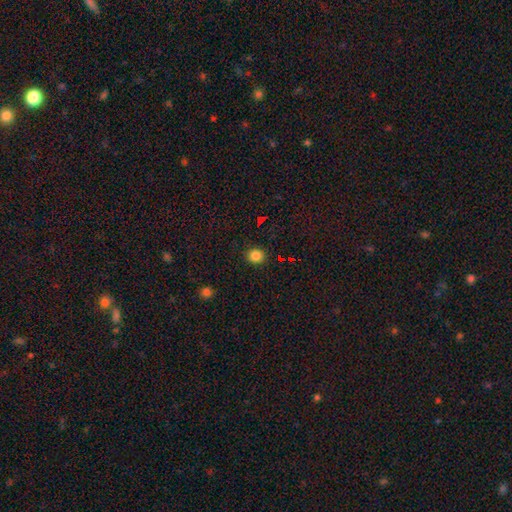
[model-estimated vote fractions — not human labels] Smooth or featured? Predicted: smooth (p=0.82). How rounded? Predicted: round (p=0.81). Merging? Predicted: none (p=0.91).